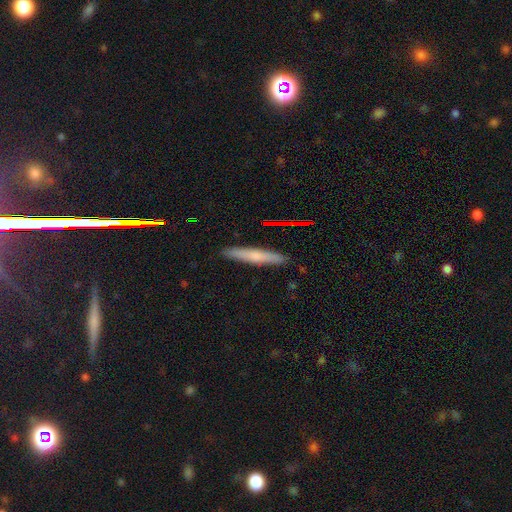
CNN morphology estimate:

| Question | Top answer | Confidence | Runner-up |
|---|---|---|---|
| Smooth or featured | smooth | 55% | featured or disk (37%) |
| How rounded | cigar-shaped | 93% | in between (5%) |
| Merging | none | 90% | minor disturbance (7%) |